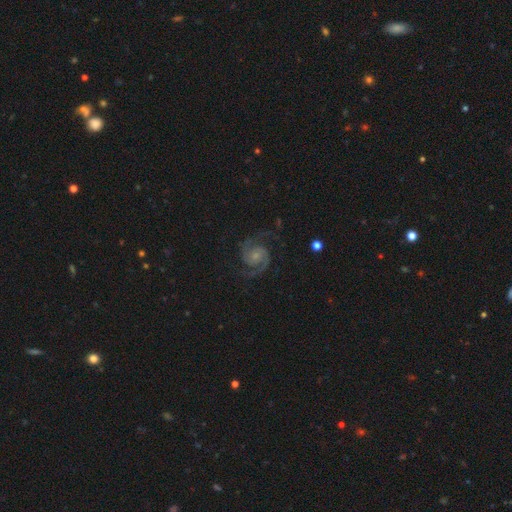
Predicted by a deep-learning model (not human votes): Smooth or featured?
  - featured or disk: 92% *
  - star or artifact: 5%
  - smooth: 4%
Edge-on disk?
  - no: 98% *
  - yes: 2%
Bar?
  - no: 62% *
  - weak: 31%
  - strong: 7%
Spiral arms?
  - yes: 99% *
  - no: 1%
Spiral winding?
  - medium: 57% *
  - tight: 29%
  - loose: 14%
Spiral arm count?
  - 2: 94% *
  - 3: 2%
  - can't tell: 2%
  - 1: 1%
  - 4: 1%
  - more than 4: 1%
Bulge size?
  - small: 57% *
  - moderate: 27%
  - none: 12%
  - large: 3%
  - dominant: 1%
Merging?
  - none: 79% *
  - minor disturbance: 12%
  - major disturbance: 7%
  - merger: 1%